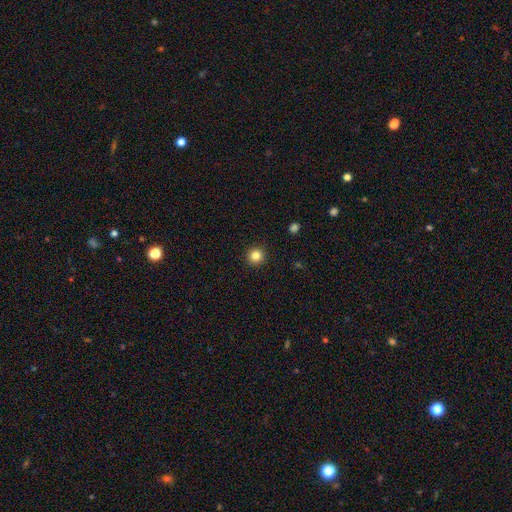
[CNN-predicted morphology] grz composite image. It shows a smooth galaxy with no disk features (84%) that is round (96%). Merging: none (93%).